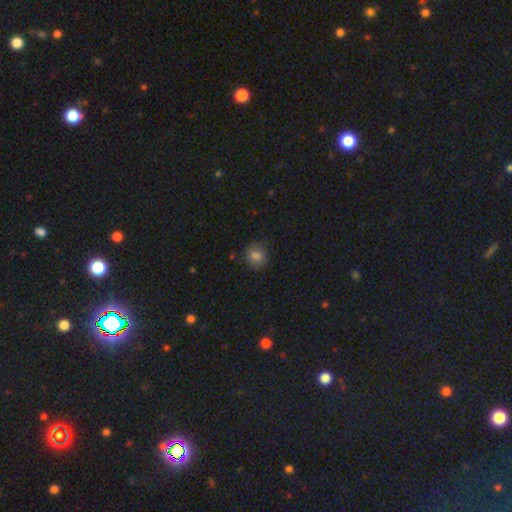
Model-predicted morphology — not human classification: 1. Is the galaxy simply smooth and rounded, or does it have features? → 84% smooth, 10% star or artifact, 6% featured or disk.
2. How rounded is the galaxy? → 84% round, 15% in between, 1% cigar-shaped.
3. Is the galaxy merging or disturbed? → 83% none, 13% minor disturbance, 3% major disturbance, 1% merger.